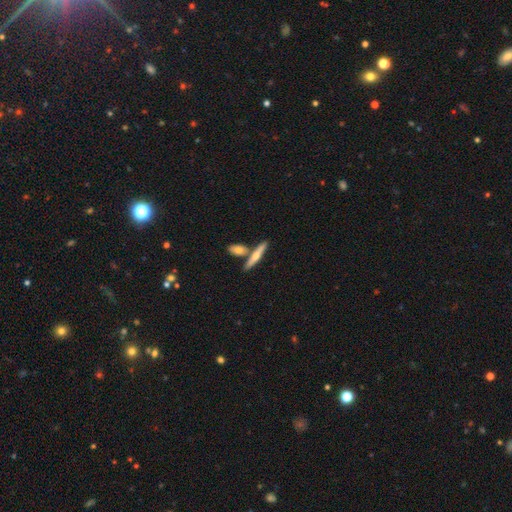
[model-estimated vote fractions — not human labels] featured or disk 53%, smooth 41%, star or artifact 6%. Down the decision tree: edge-on disk — yes (94%); merging — none (66%).